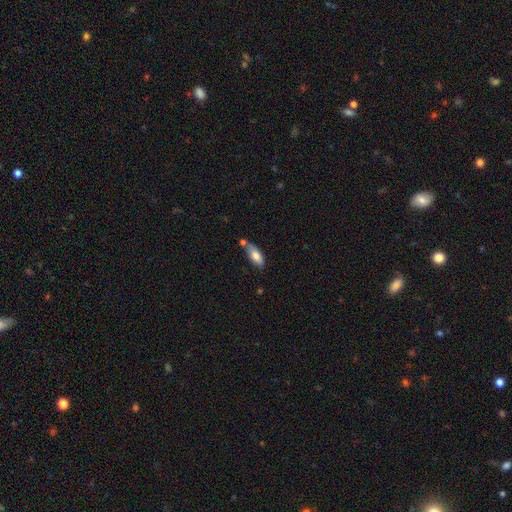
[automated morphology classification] This appears to be a smooth galaxy with no disk features (77%) that is in between round and cigar-shaped (80%). Merging: none (55%).